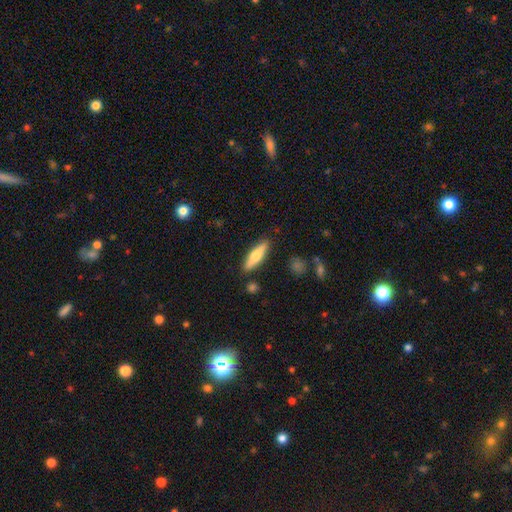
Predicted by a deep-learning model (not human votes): Q: Smooth or featured?
A: smooth (59%); runner-up: featured or disk (35%)
Q: How rounded?
A: cigar-shaped (61%); runner-up: in between (36%)
Q: Merging?
A: none (87%); runner-up: minor disturbance (9%)